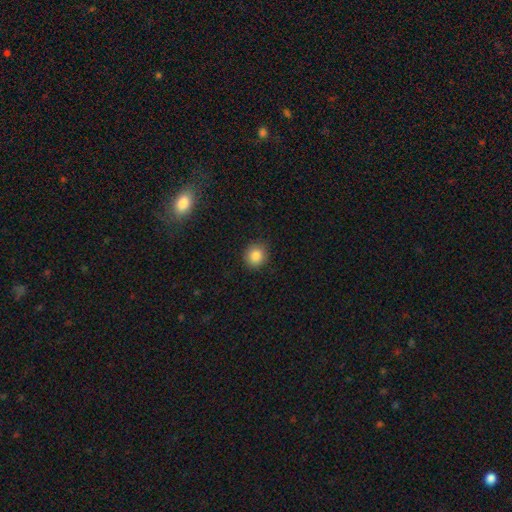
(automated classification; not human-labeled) A smooth galaxy with no disk features (86%) that is round (87%). Merging: none (87%).